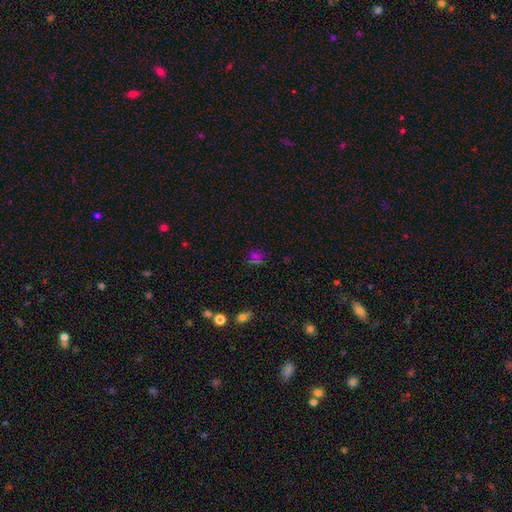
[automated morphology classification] A smooth galaxy with no disk features (52%) that is round (76%).

Vote fractions:
- Smooth or featured? smooth: 52% / star or artifact: 40% / featured or disk: 8%
- How rounded? round: 76% / in between: 22% / cigar-shaped: 2%
- Merging? none: 73% / minor disturbance: 14% / major disturbance: 7% / merger: 6%